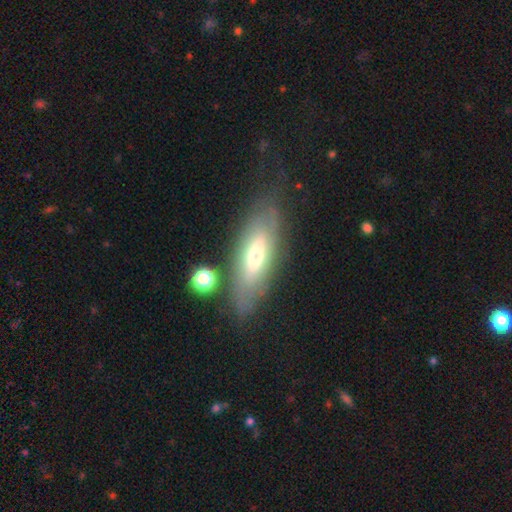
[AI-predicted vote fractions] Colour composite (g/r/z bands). It shows a smooth galaxy with no disk features (46%, tied with featured or disk). Merging: none (69%).